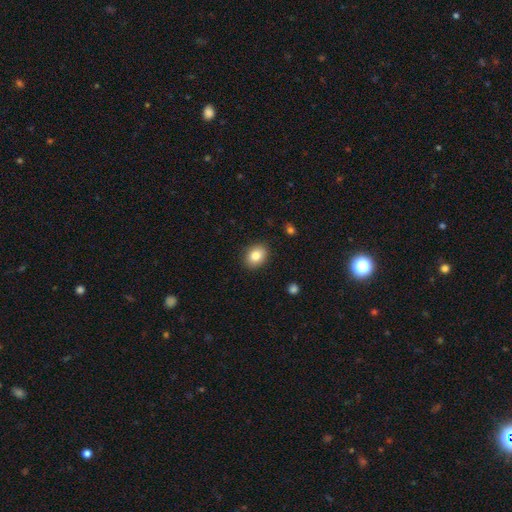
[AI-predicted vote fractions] A smooth galaxy with no disk features (84%) that is in between round and cigar-shaped (64%). Merging: none (89%).